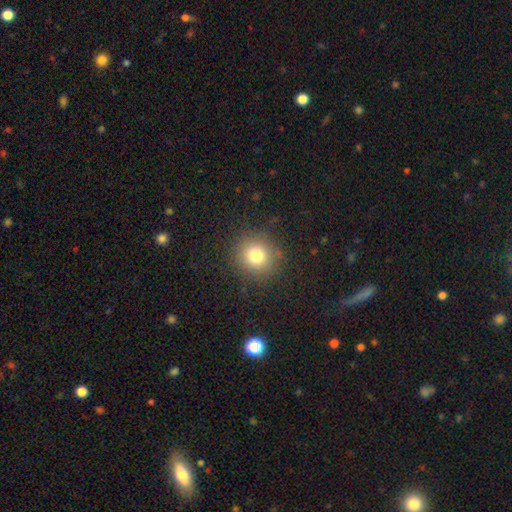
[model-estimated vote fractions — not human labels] smooth-or-featured: smooth: 77% | star or artifact: 14% | featured or disk: 9%
  how-rounded: round: 91% | in between: 8% | cigar-shaped: 1%
  merging: none: 88% | minor disturbance: 8% | major disturbance: 3% | merger: 1%